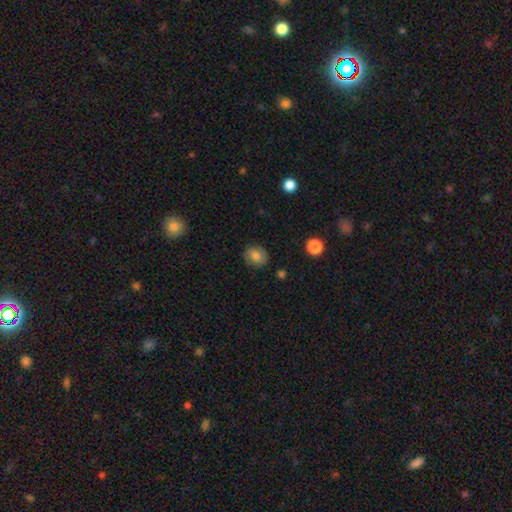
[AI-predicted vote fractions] Smooth or featured: smooth — 74% (featured or disk — 17%)
How rounded: round — 56% (in between — 43%)
Merging: none — 83% (minor disturbance — 12%)